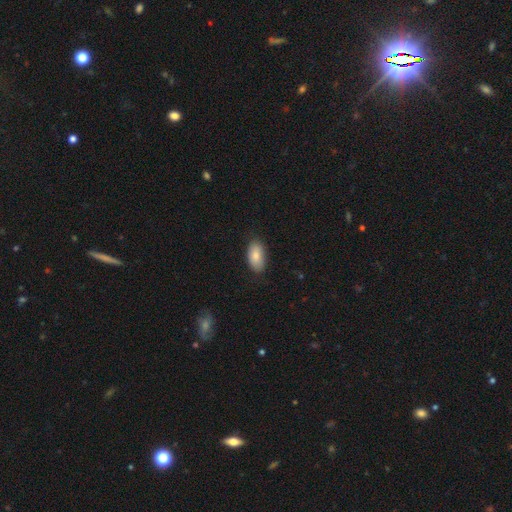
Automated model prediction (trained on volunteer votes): smooth 84%, featured or disk 9%, star or artifact 6%. Down the decision tree: how rounded — in between (94%); merging — none (82%).